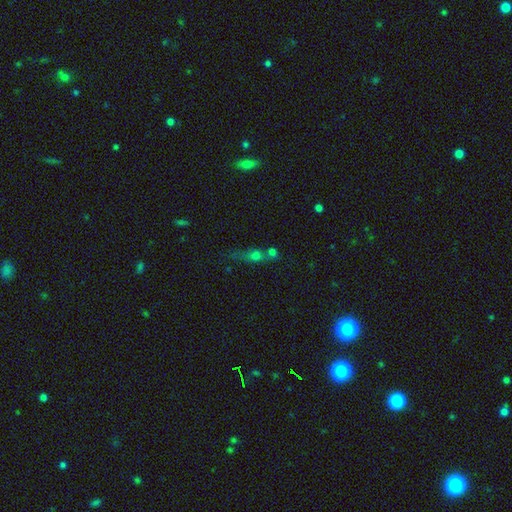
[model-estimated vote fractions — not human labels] Smooth or featured?
  - smooth: 55% *
  - star or artifact: 24%
  - featured or disk: 21%
How rounded?
  - in between: 39% *
  - round: 35%
  - cigar-shaped: 26%
Merging?
  - merger: 41% *
  - none: 34%
  - minor disturbance: 13%
  - major disturbance: 12%